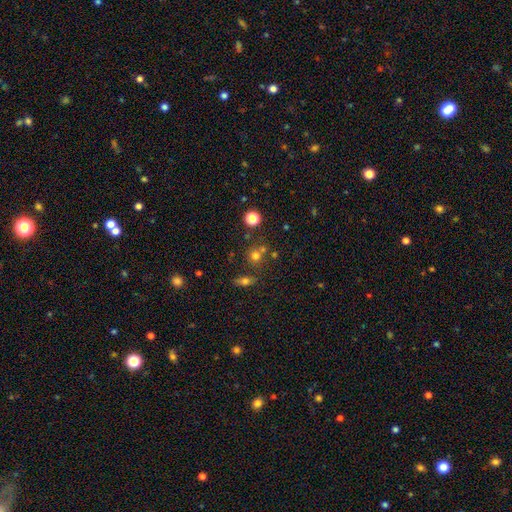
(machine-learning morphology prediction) The model was most divided on "merging": none: 60%, merger: 27%, minor disturbance: 9%, major disturbance: 4%. More confident: how rounded — round (86%); smooth or featured — smooth (67%).